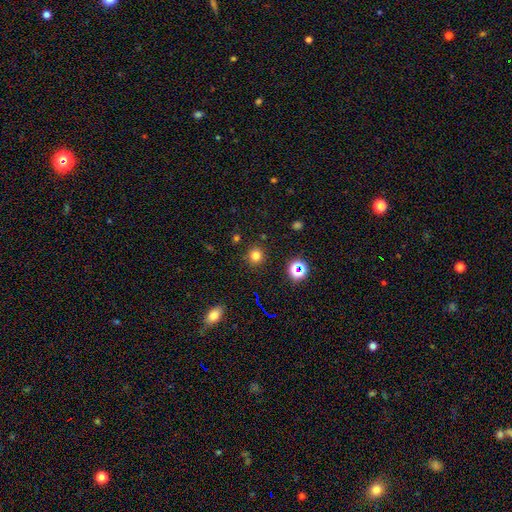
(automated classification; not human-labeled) Morphology: type=smooth (75%); roundness=round (91%); merging=none (89%).